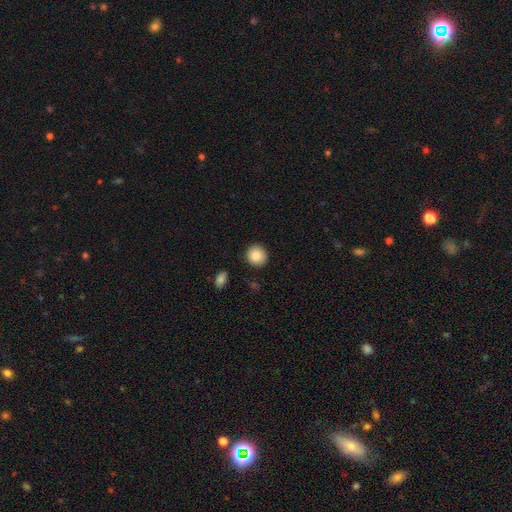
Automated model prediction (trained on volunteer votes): Smooth or featured?
  - smooth: 84% *
  - star or artifact: 8%
  - featured or disk: 8%
How rounded?
  - round: 89% *
  - in between: 10%
  - cigar-shaped: 1%
Merging?
  - none: 89% *
  - minor disturbance: 7%
  - major disturbance: 2%
  - merger: 2%